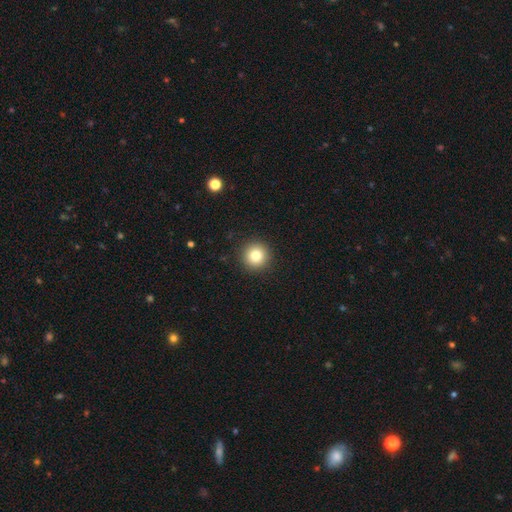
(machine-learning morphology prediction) A smooth galaxy with no disk features (81%) that is round (96%). Merging: none (92%).